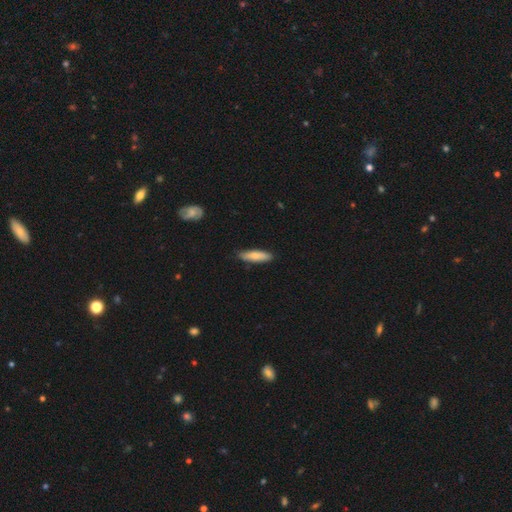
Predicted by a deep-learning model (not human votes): smooth_or_featured: smooth (p=0.77) [alt: featured or disk p=0.18]
how_rounded: cigar-shaped (p=0.70) [alt: in between p=0.29]
merging: none (p=0.87) [alt: minor disturbance p=0.11]